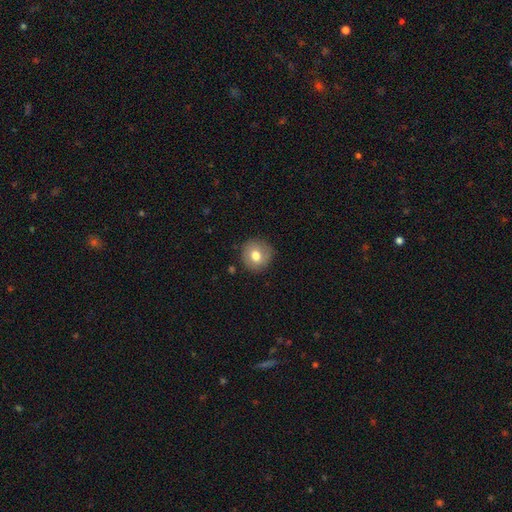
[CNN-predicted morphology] Smooth or featured? smooth (76%)
How rounded? round (91%)
Merging? none (88%)